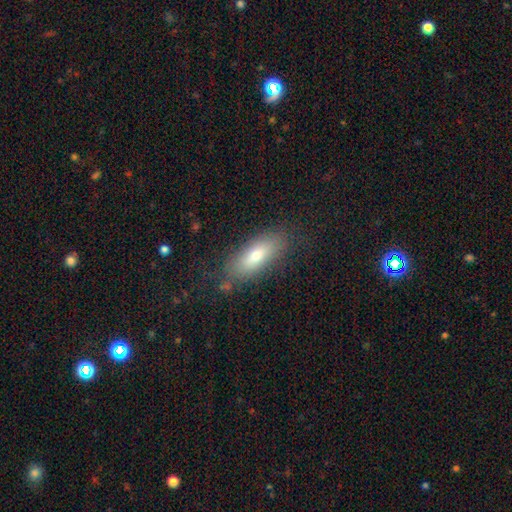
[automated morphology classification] Overall: smooth (68%). How rounded: in between (65%; cigar-shaped 32%). Merging: none (76%).